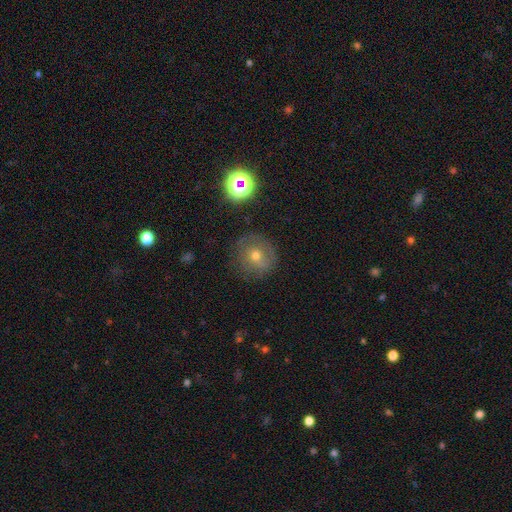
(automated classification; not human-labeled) Overall: smooth (52%; featured or disk 29%). How rounded: round (90%). Merging: none (77%).